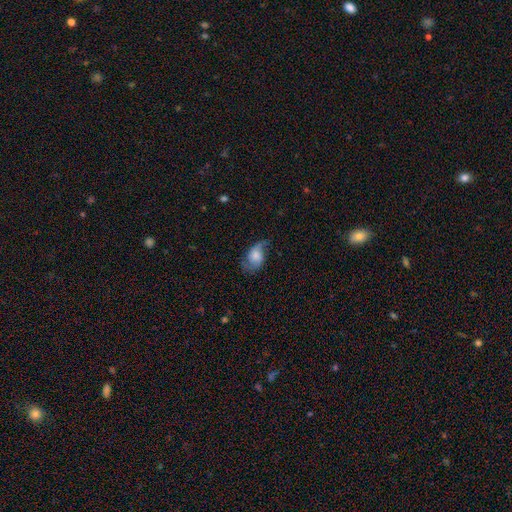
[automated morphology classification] The model was most divided on "bulge size": moderate: 31%, small: 26%, large: 22%, none: 15%, dominant: 5%. More confident: edge-on disk — no (95%); spiral arms — yes (89%); bar — no (66%); smooth or featured — featured or disk (57%); merging — none (55%).